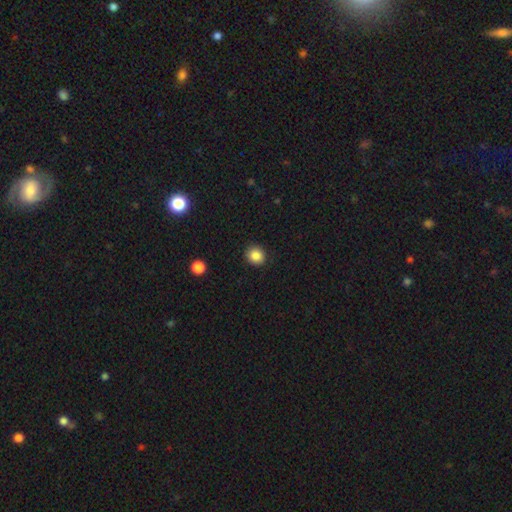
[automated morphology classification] A smooth galaxy with no disk features (86%) that is round (84%).

Vote fractions:
- Smooth or featured? smooth: 86% / star or artifact: 10% / featured or disk: 4%
- How rounded? round: 84% / in between: 15% / cigar-shaped: 1%
- Merging? none: 91% / minor disturbance: 6% / major disturbance: 2% / merger: 1%